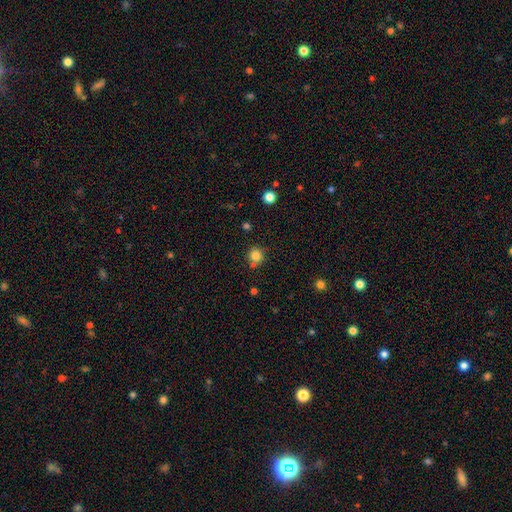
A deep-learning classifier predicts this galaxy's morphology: This is clearly a smooth galaxy (82%). How rounded: clearly round (92%). Merging: likely none (73%).